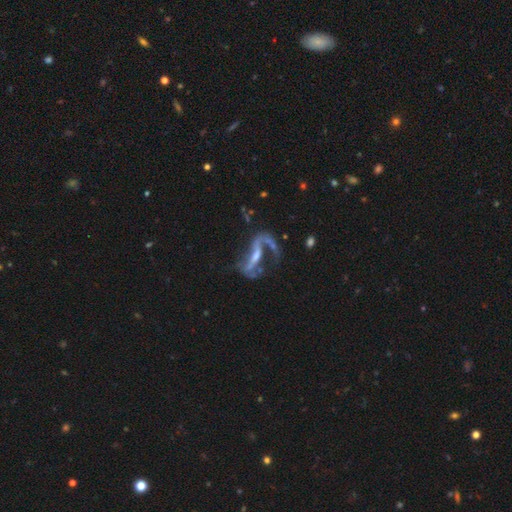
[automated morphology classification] Smooth or featured: featured or disk — 84% (smooth — 8%)
Edge-on disk: no — 84% (yes — 16%)
Bar: strong — 53% (weak — 27%)
Spiral arms: yes — 85% (no — 15%)
Spiral winding: loose — 63% (medium — 28%)
Spiral arm count: 2 — 67% (1 — 24%)
Bulge size: small — 51% (moderate — 36%)
Merging: none — 40% (major disturbance — 37%)